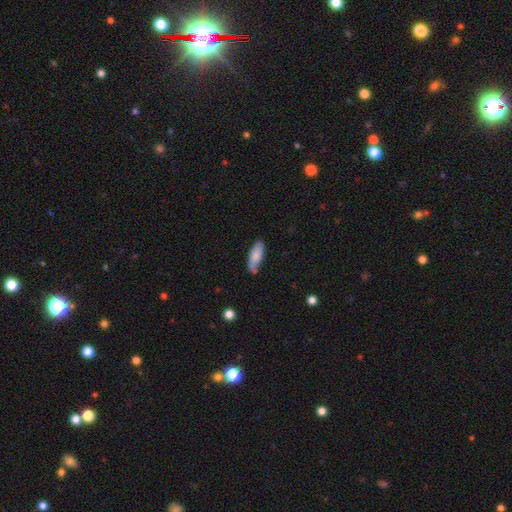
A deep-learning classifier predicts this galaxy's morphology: Q: Smooth or featured?
A: smooth (81%); runner-up: featured or disk (13%)
Q: How rounded?
A: in between (73%); runner-up: cigar-shaped (26%)
Q: Merging?
A: none (66%); runner-up: minor disturbance (26%)